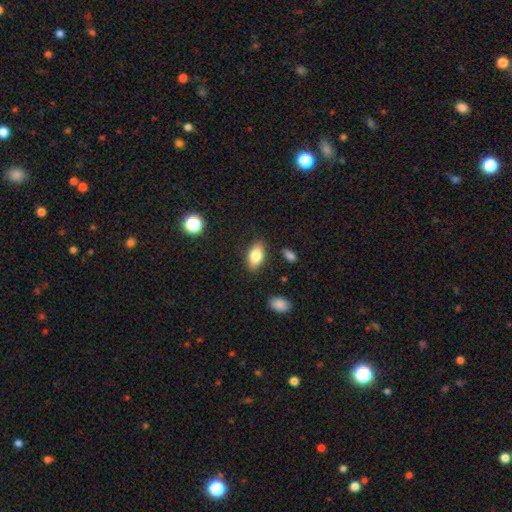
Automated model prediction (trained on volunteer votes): smooth 79%, featured or disk 13%, star or artifact 8%. Down the decision tree: how rounded — in between (89%); merging — none (85%).